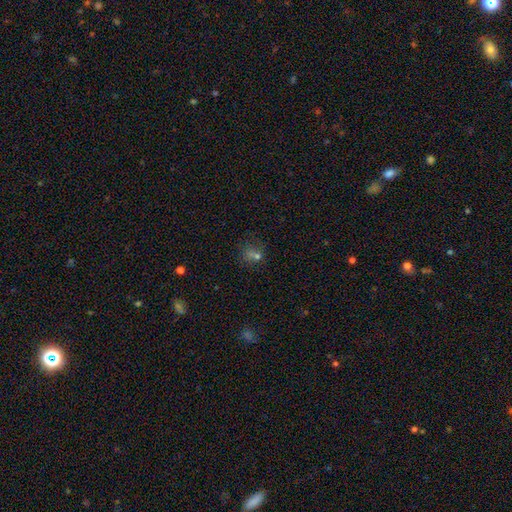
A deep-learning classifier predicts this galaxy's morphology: smooth_or_featured: smooth (p=0.51) [alt: star or artifact p=0.35]
how_rounded: round (p=0.71) [alt: in between p=0.27]
merging: none (p=0.55) [alt: merger p=0.20]